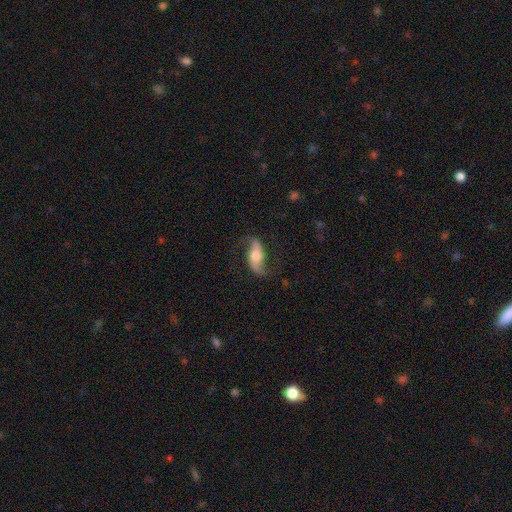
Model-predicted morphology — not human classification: Smooth or featured? featured or disk (73%)
Edge-on disk? no (88%)
Bar? no (48%)
Spiral arms? yes (92%)
Spiral winding? loose (80%)
Spiral arm count? 2 (93%)
Bulge size? moderate (61%)
Merging? none (74%)